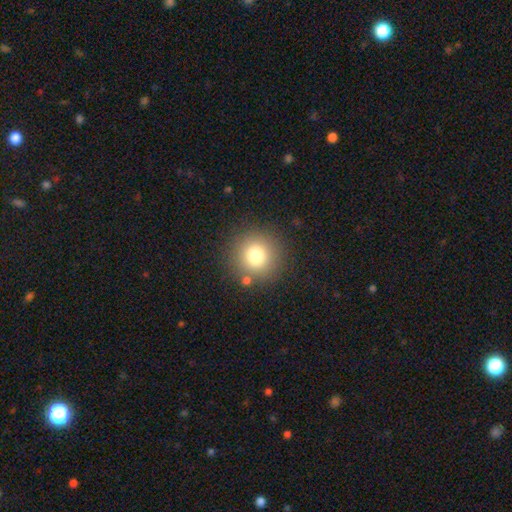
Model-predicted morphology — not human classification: smooth 78%, star or artifact 13%, featured or disk 9%. Down the decision tree: how rounded — round (94%); merging — none (85%).